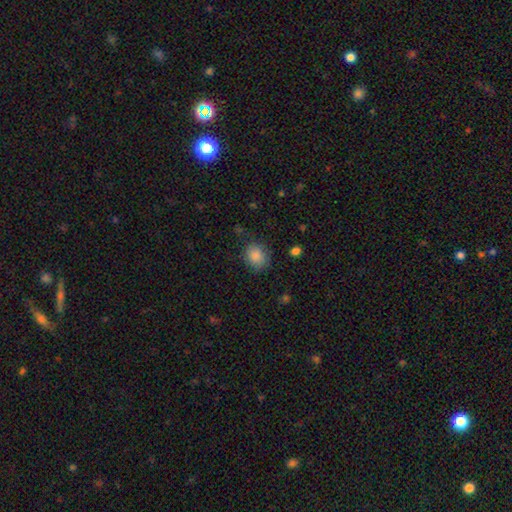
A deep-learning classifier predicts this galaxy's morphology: smooth-or-featured: smooth: 86% | star or artifact: 9% | featured or disk: 5%
  how-rounded: round: 60% | in between: 39% | cigar-shaped: 1%
  merging: none: 78% | minor disturbance: 15% | major disturbance: 5% | merger: 2%